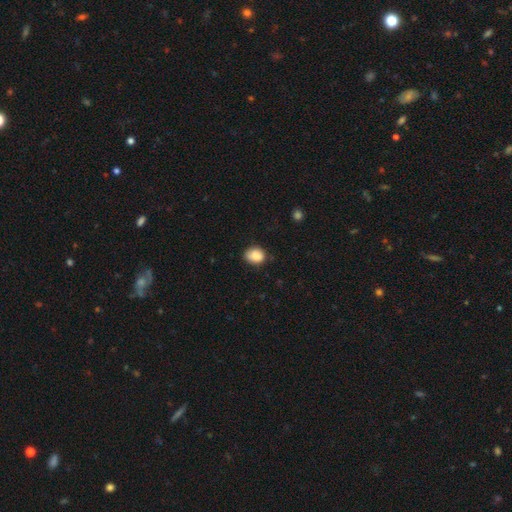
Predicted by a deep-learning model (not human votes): A smooth galaxy with no disk features (88%) that is in between round and cigar-shaped (56%). Merging: none (75%).